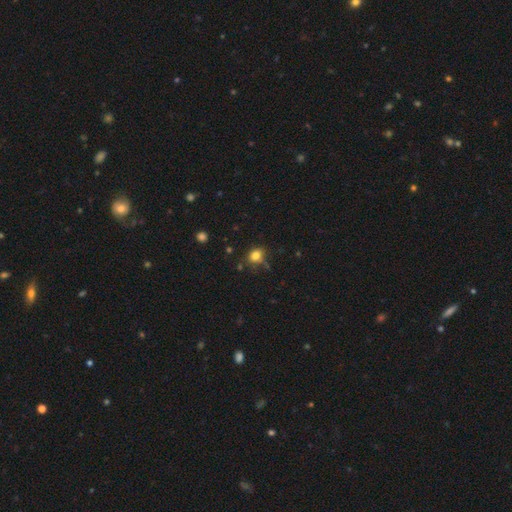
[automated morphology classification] smooth 80%, star or artifact 13%, featured or disk 7%. Down the decision tree: how rounded — round (52%); merging — none (71%).